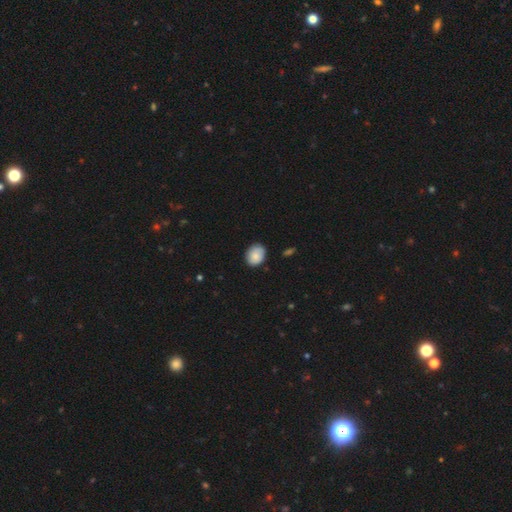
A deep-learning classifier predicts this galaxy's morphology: smooth 83%, featured or disk 10%, star or artifact 7%. Down the decision tree: how rounded — in between (51%); merging — none (82%).